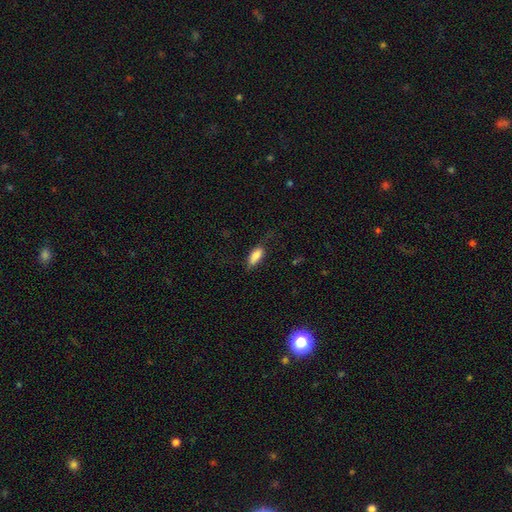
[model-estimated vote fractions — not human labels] This is clearly a smooth galaxy (83%). How rounded: likely in between (78%). Merging: possibly none (60%).